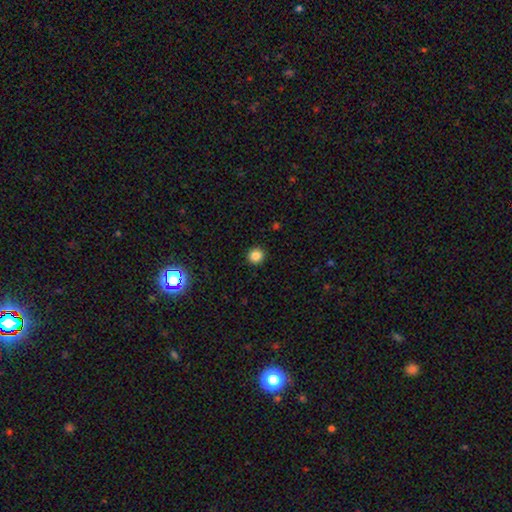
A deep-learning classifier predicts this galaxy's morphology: A smooth galaxy with no disk features (84%) that is round (92%). Merging: none (93%).